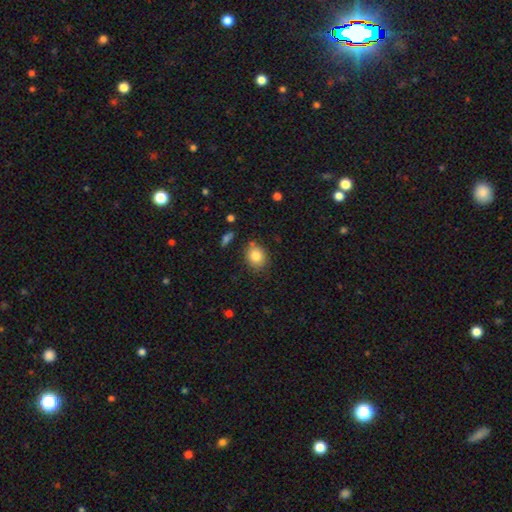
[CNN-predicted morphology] This appears to be a smooth galaxy with no disk features (84%) that is round (63%). Merging: none (77%).